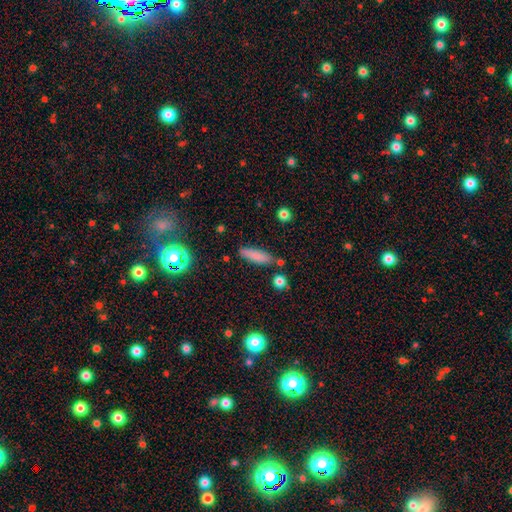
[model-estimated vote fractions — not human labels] Smooth or featured? smooth (82%)
How rounded? cigar-shaped (61%)
Merging? none (79%)